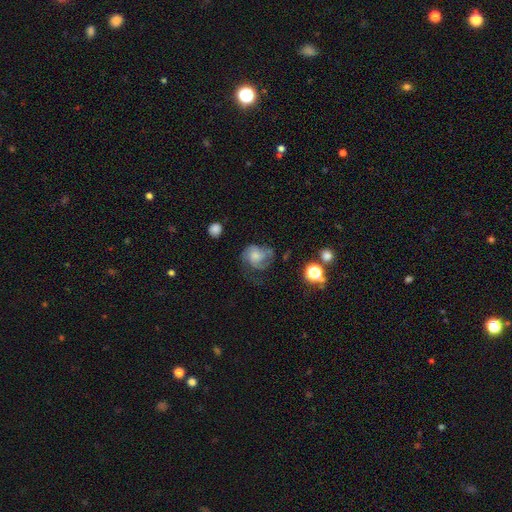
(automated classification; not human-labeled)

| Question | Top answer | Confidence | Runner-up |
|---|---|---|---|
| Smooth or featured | smooth | 47% | featured or disk (42%) |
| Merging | major disturbance | 37% | none (35%) |